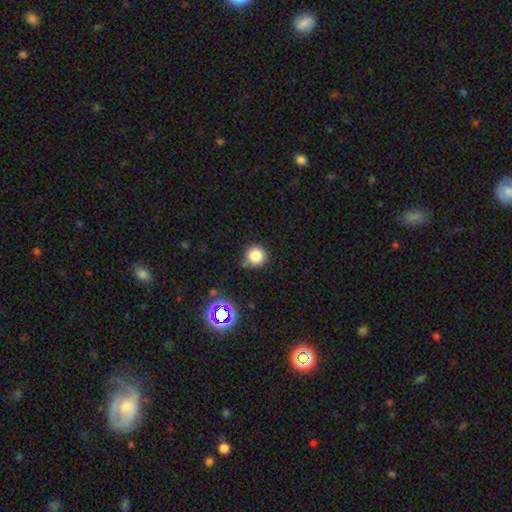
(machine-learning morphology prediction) Q: Smooth or featured?
A: smooth (82%); runner-up: star or artifact (13%)
Q: How rounded?
A: round (95%); runner-up: in between (4%)
Q: Merging?
A: none (79%); runner-up: minor disturbance (13%)